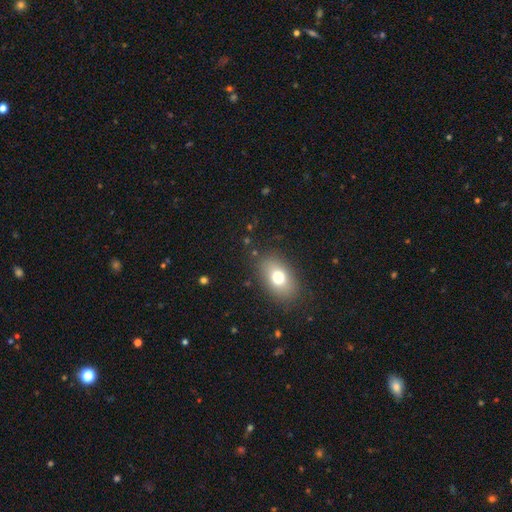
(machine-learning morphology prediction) smooth_or_featured: smooth (p=0.60) [alt: star or artifact p=0.21]
how_rounded: in between (p=0.72) [alt: round p=0.24]
merging: none (p=0.70) [alt: minor disturbance p=0.18]